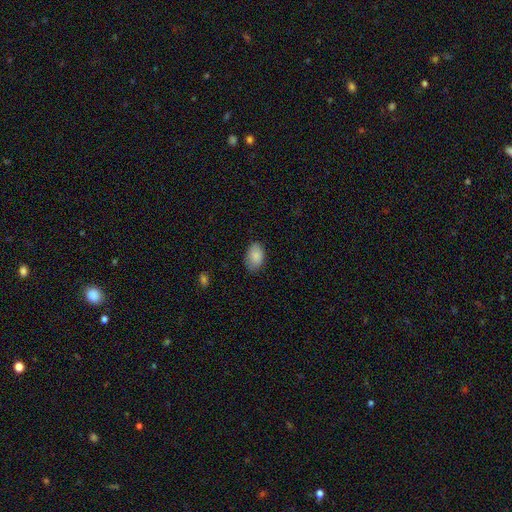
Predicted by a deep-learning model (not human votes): Overall: smooth (87%). How rounded: in between (90%). Merging: none (80%).